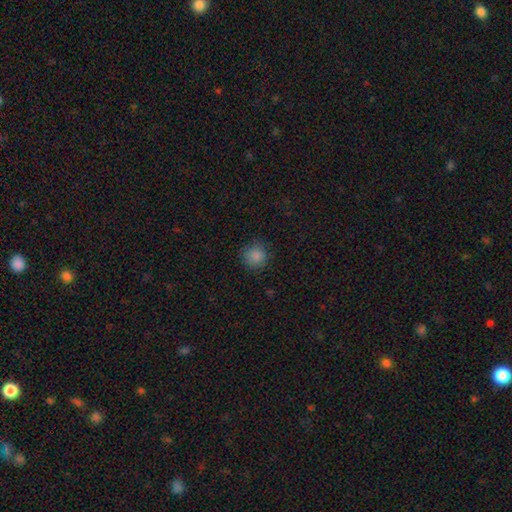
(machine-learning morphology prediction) A smooth galaxy with no disk features (85%) that is round (92%).

Vote fractions:
- Smooth or featured? smooth: 85% / star or artifact: 12% / featured or disk: 4%
- How rounded? round: 92% / in between: 7% / cigar-shaped: 1%
- Merging? none: 85% / minor disturbance: 10% / major disturbance: 3% / merger: 1%